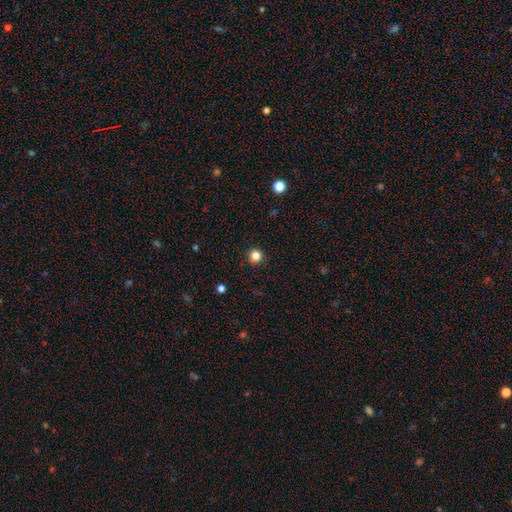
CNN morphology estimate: A smooth galaxy with no disk features (84%) that is round (95%).

Vote fractions:
- Smooth or featured? smooth: 84% / star or artifact: 12% / featured or disk: 4%
- How rounded? round: 95% / in between: 4% / cigar-shaped: 1%
- Merging? none: 93% / minor disturbance: 5% / major disturbance: 2% / merger: 1%